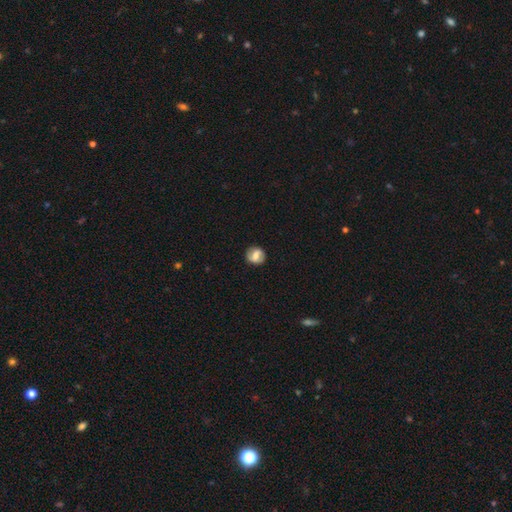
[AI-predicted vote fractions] Smooth or featured?
  - smooth: 57% *
  - featured or disk: 34%
  - star or artifact: 9%
How rounded?
  - round: 77% *
  - in between: 21%
  - cigar-shaped: 1%
Merging?
  - none: 84% *
  - minor disturbance: 12%
  - major disturbance: 3%
  - merger: 1%